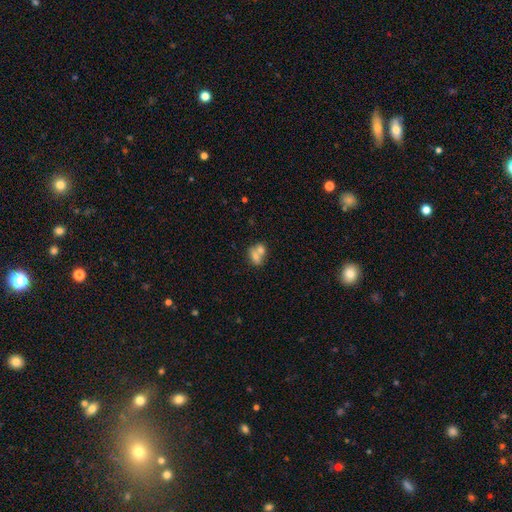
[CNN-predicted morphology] Smooth or featured? smooth (69%)
How rounded? in between (65%)
Merging? merger (59%)